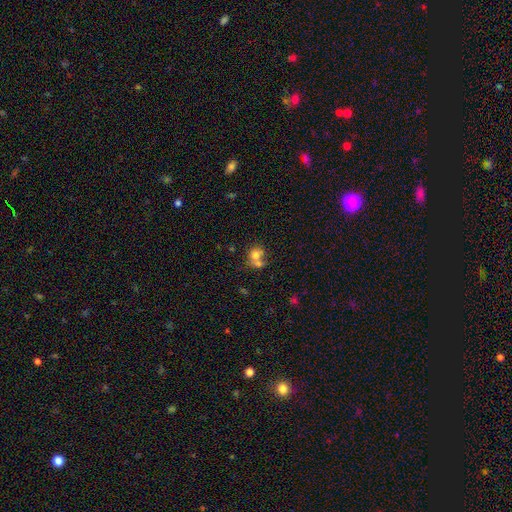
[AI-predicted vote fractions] This is likely a smooth galaxy (71%). How rounded: likely round (73%). Merging: possibly merger (53%).